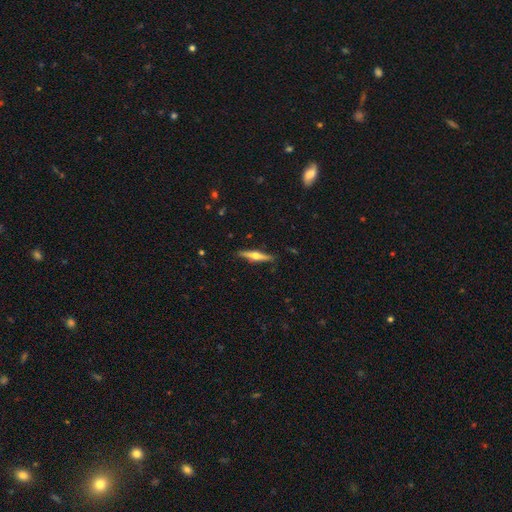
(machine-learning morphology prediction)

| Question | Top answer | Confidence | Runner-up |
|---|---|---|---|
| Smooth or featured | featured or disk | 66% | smooth (28%) |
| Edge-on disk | yes | 97% | no (3%) |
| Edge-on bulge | rounded | 94% | boxy (4%) |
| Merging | none | 89% | minor disturbance (8%) |